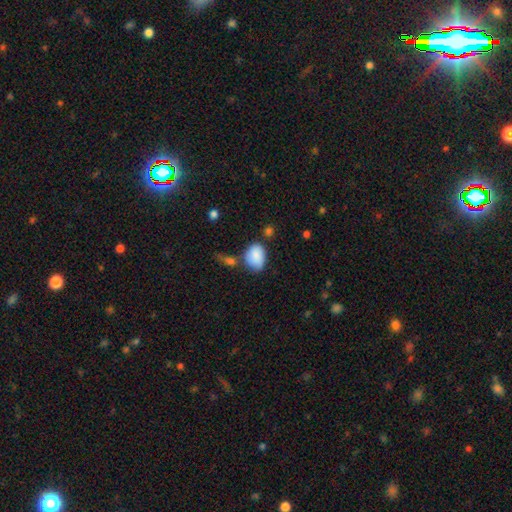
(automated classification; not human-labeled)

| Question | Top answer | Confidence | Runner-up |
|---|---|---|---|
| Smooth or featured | smooth | 84% | featured or disk (8%) |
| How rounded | in between | 73% | round (26%) |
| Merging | none | 47% | minor disturbance (30%) |